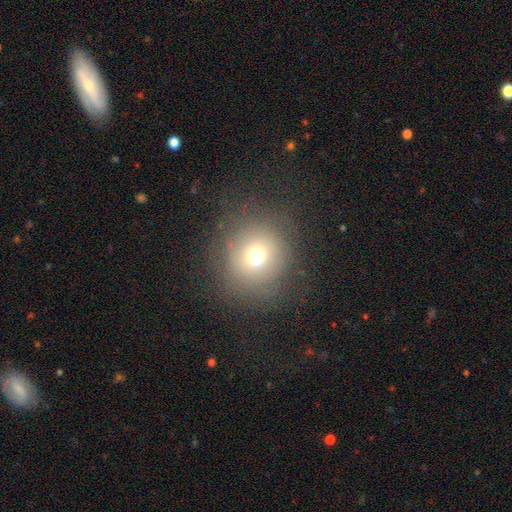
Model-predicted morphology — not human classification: A smooth galaxy with no disk features (69%) that is round (92%). Merging: none (81%).